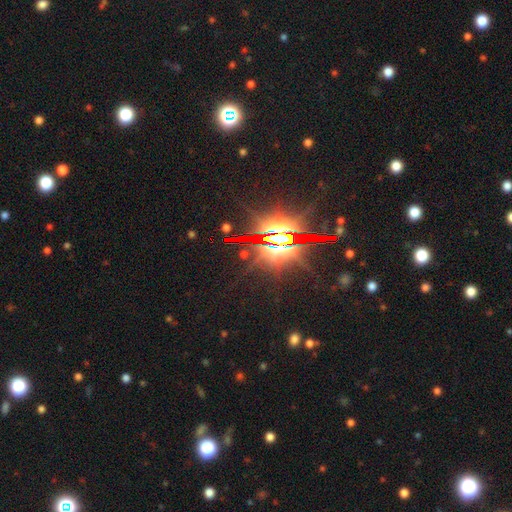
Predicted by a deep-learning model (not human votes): The model was most divided on "smooth or featured": star or artifact: 82%, featured or disk: 11%, smooth: 7%.